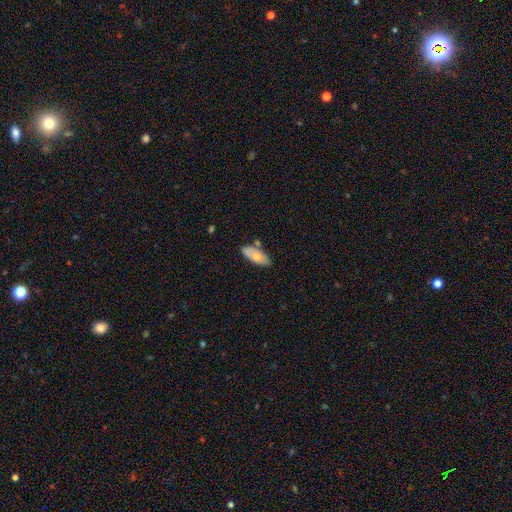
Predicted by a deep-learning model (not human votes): Smooth or featured? Predicted: smooth (p=0.66). How rounded? Predicted: in between (p=0.85). Merging? Predicted: none (p=0.73).